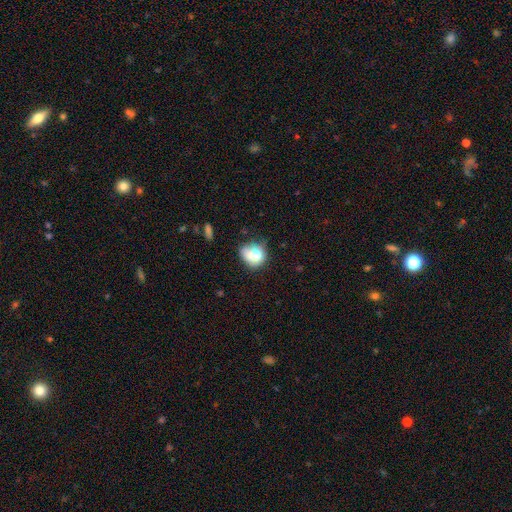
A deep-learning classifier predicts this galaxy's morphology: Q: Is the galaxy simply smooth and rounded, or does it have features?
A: smooth — 71%.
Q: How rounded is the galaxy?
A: round — 70%.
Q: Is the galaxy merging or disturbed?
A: none — 39%.